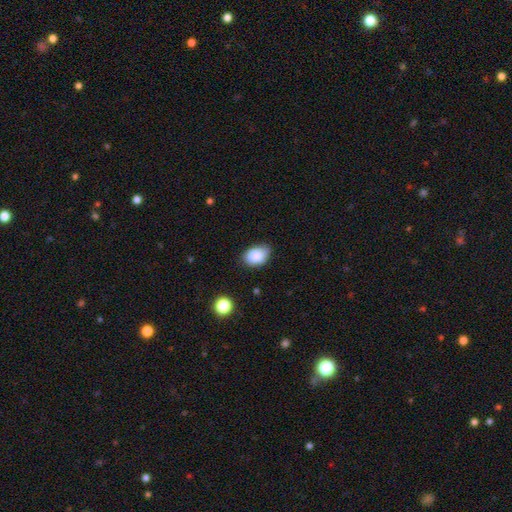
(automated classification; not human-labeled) Overall: smooth (86%). How rounded: in between (81%). Merging: none (65%; minor disturbance 29%).